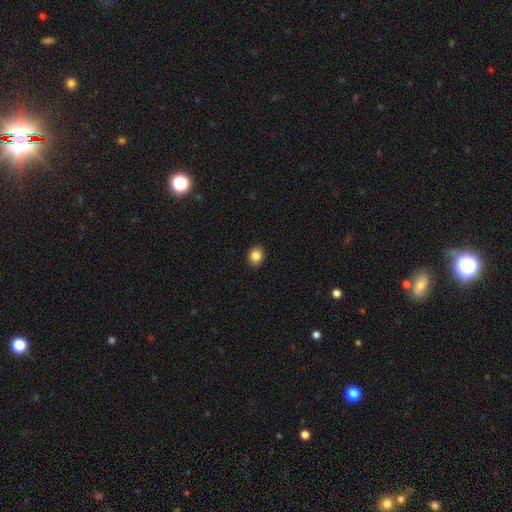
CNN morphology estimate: type=smooth (85%); roundness=round (51%); merging=none (90%).